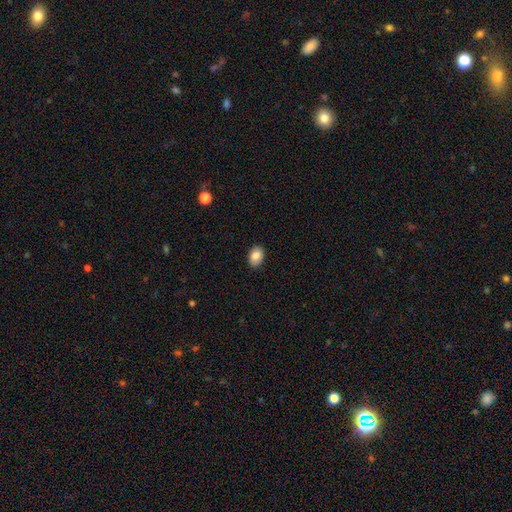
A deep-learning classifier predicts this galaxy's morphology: smooth_or_featured: smooth (p=0.85) [alt: star or artifact p=0.08]
how_rounded: in between (p=0.81) [alt: round p=0.18]
merging: none (p=0.88) [alt: minor disturbance p=0.09]